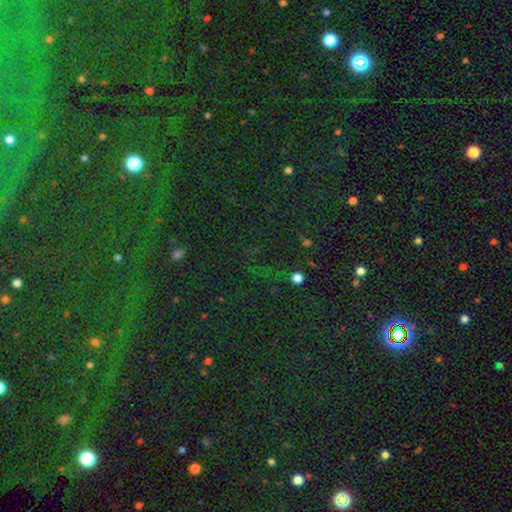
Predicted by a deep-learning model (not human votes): A star or artifact, not a galaxy (81%).

Vote fractions:
- Smooth or featured? star or artifact: 81% / smooth: 11% / featured or disk: 8%